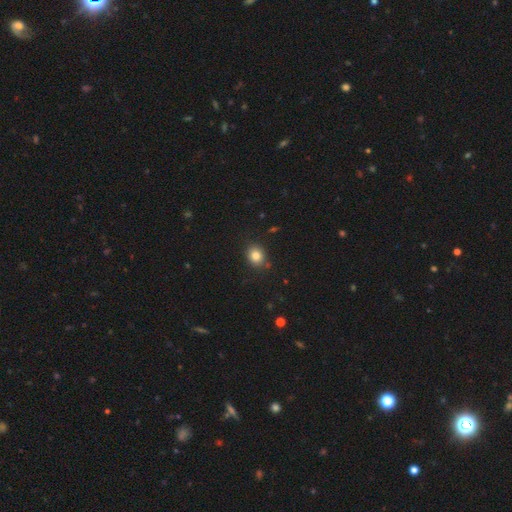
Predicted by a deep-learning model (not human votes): smooth_or_featured: smooth (p=0.83) [alt: star or artifact p=0.11]
how_rounded: round (p=0.62) [alt: in between p=0.38]
merging: none (p=0.85) [alt: minor disturbance p=0.10]